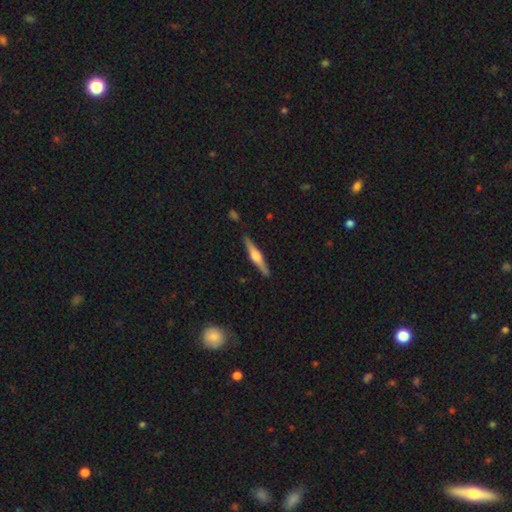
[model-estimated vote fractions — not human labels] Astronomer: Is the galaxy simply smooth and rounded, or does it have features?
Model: featured or disk — 68%.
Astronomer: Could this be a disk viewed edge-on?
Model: yes — 98%.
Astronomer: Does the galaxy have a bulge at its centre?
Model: rounded — 87%.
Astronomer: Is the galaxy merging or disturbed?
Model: none — 89%.